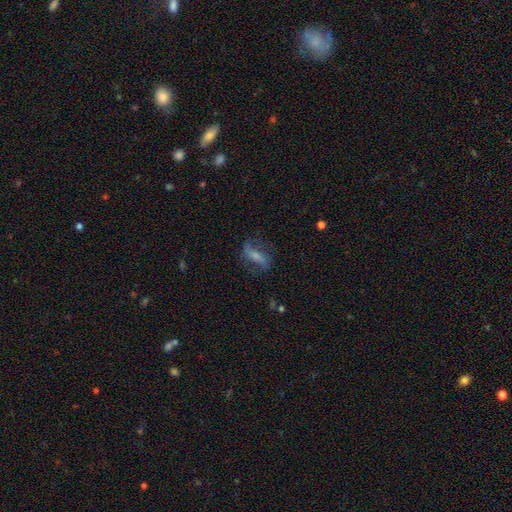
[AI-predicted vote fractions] This is possibly a featured or disk galaxy (56%). It is likely not viewed edge-on (77%). Merging: likely none (71%).